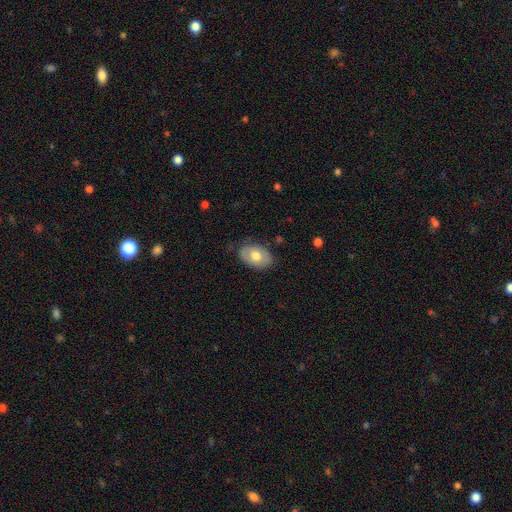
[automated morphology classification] smooth_or_featured: smooth (p=0.64) [alt: featured or disk p=0.30]
how_rounded: in between (p=0.86) [alt: round p=0.13]
merging: none (p=0.79) [alt: minor disturbance p=0.16]